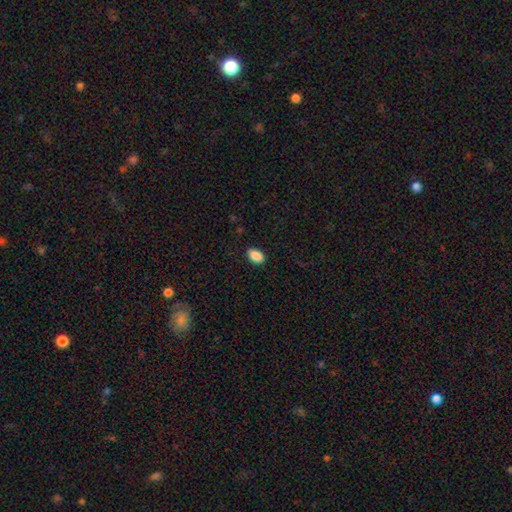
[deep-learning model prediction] smooth 89%, star or artifact 8%, featured or disk 3%. Down the decision tree: how rounded — in between (90%); merging — none (88%).